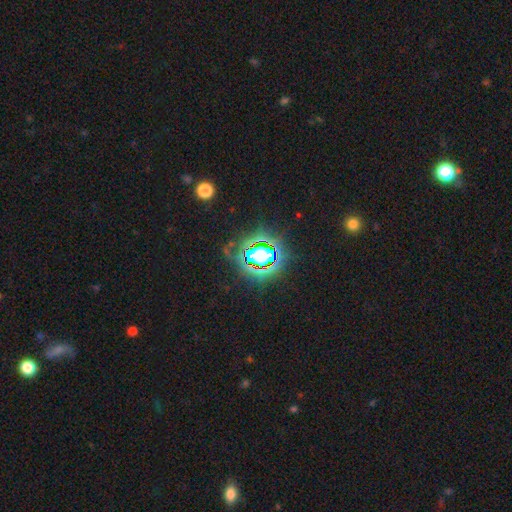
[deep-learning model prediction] Overall: star or artifact (81%).